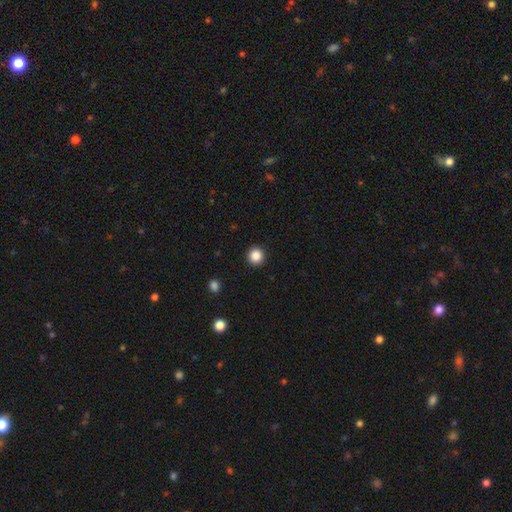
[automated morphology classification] This appears to be a smooth galaxy with no disk features (86%) that is round (94%). Merging: none (93%).